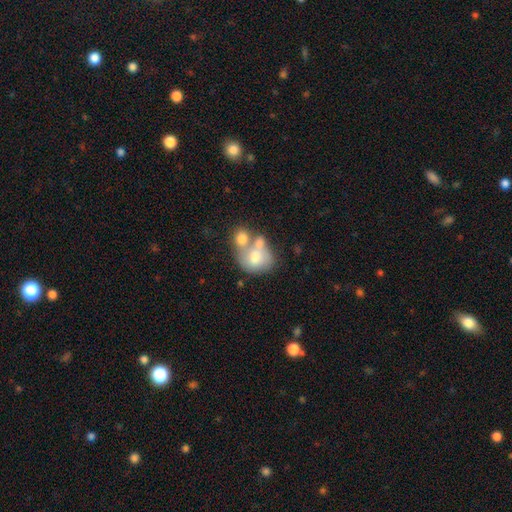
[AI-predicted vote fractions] This is likely a smooth galaxy (64%). How rounded: possibly round (58%). Merging: possibly merger (58%).